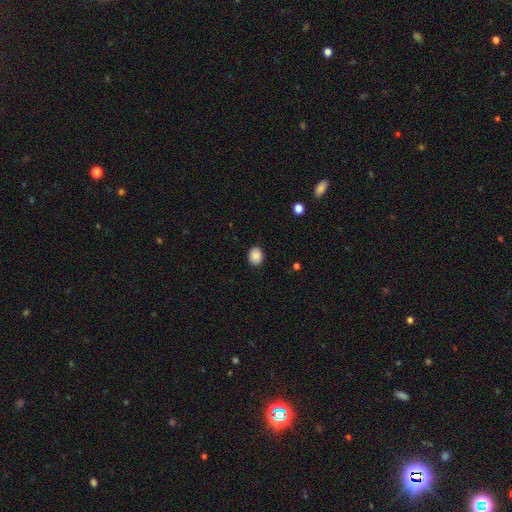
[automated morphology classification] Smooth or featured? smooth (88%)
How rounded? round (61%)
Merging? none (89%)